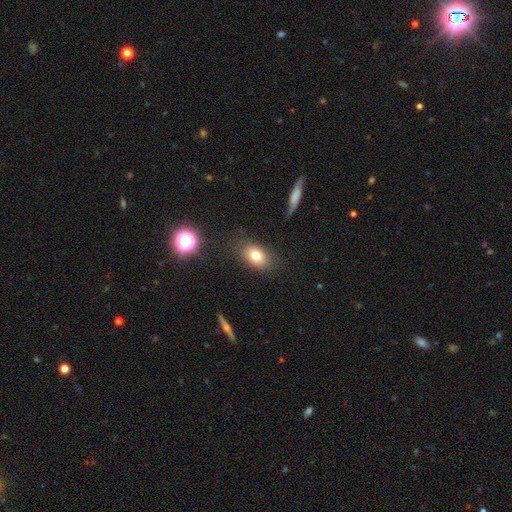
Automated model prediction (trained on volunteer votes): Smooth or featured: smooth — 77% (featured or disk — 12%)
How rounded: in between — 79% (round — 19%)
Merging: none — 82% (minor disturbance — 12%)